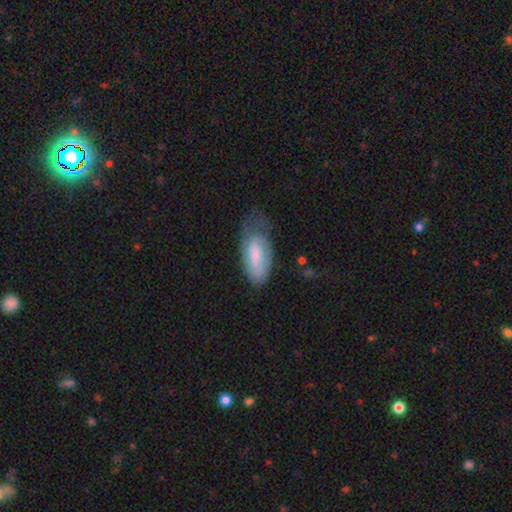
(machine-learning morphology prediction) smooth-or-featured: smooth: 64% | featured or disk: 30% | star or artifact: 6%
  how-rounded: in between: 86% | cigar-shaped: 12% | round: 2%
  merging: none: 36% (tied) | minor disturbance: 36% (tied) | major disturbance: 26% | merger: 2%